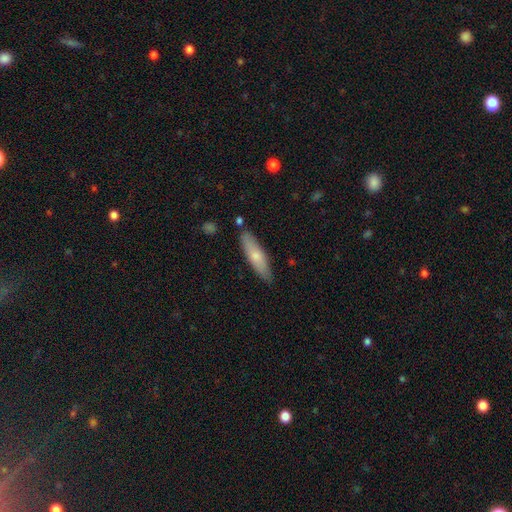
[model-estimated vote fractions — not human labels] Smooth or featured? smooth (66%)
How rounded? cigar-shaped (69%)
Merging? none (84%)